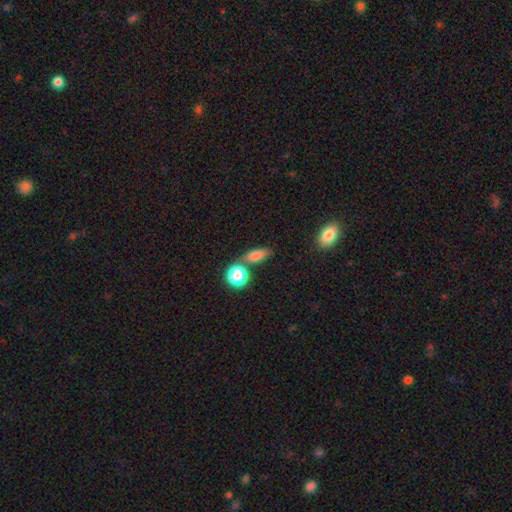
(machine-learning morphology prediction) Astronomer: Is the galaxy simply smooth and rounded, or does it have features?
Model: smooth — 79%.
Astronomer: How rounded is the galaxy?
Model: in between — 66%.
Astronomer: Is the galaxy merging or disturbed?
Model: none — 63%.